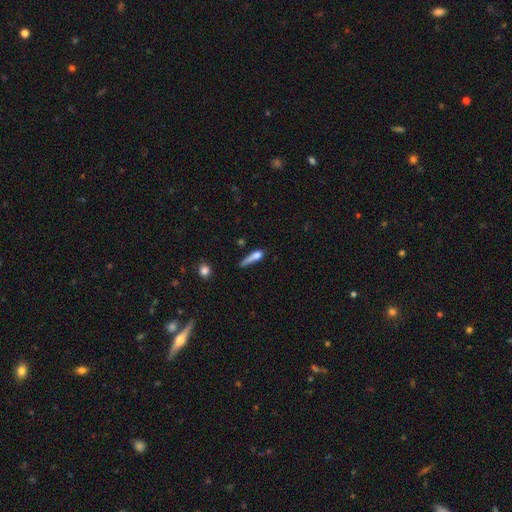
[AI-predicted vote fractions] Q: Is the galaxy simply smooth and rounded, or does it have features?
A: smooth — 65%.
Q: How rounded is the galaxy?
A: cigar-shaped — 66%.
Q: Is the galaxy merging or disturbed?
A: none — 34%.